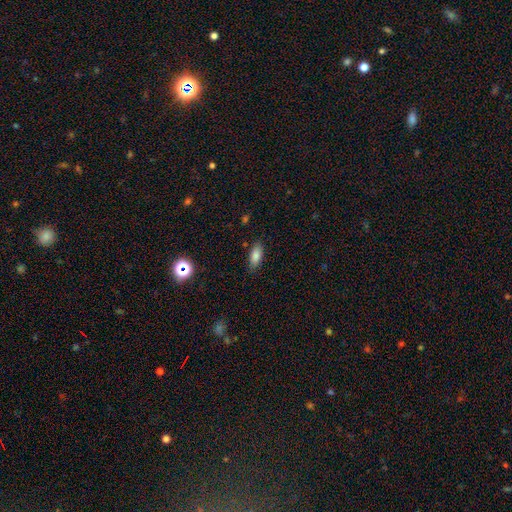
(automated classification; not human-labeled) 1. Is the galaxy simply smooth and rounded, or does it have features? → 83% smooth, 9% star or artifact, 8% featured or disk.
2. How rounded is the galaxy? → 83% in between, 14% cigar-shaped, 3% round.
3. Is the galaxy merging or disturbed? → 84% none, 12% minor disturbance, 3% major disturbance, 1% merger.